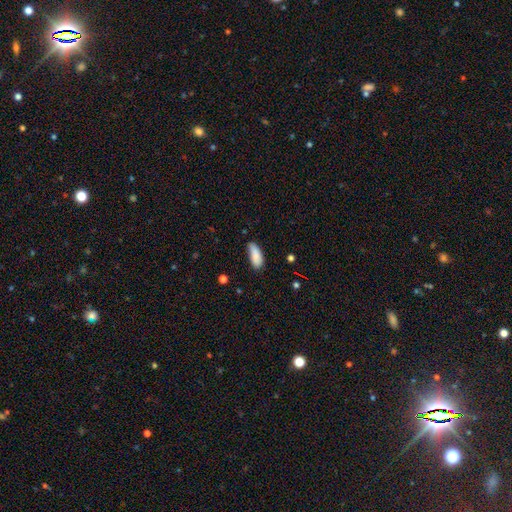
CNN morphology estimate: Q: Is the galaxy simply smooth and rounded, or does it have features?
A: smooth — 87%.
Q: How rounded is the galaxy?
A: in between — 77%.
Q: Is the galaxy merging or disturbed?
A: none — 62%.